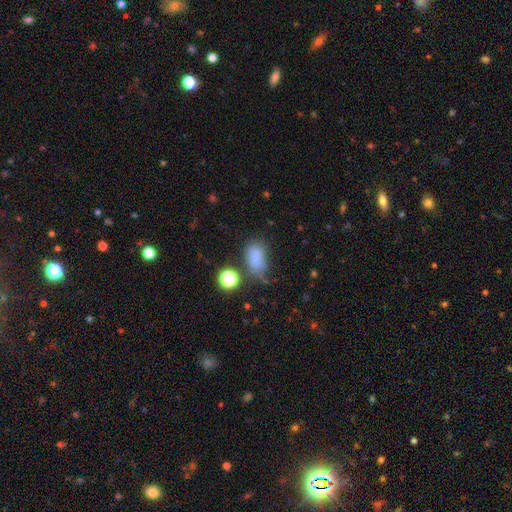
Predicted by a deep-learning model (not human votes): Overall: smooth (73%). How rounded: in between (81%). Merging: none (48%; minor disturbance 28%).